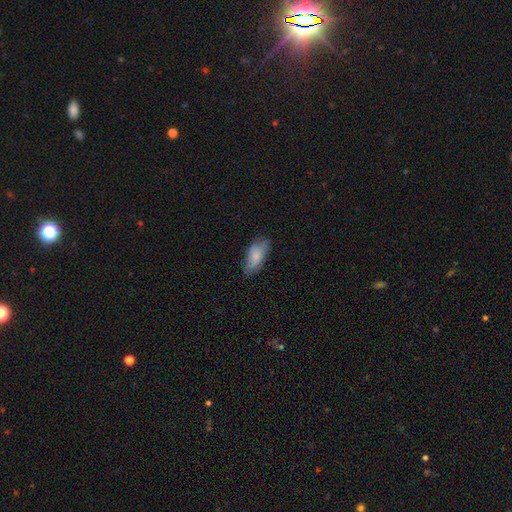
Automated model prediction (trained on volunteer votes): smooth_or_featured: smooth (p=0.78) [alt: featured or disk p=0.16]
how_rounded: in between (p=0.87) [alt: cigar-shaped p=0.11]
merging: none (p=0.66) [alt: minor disturbance p=0.27]